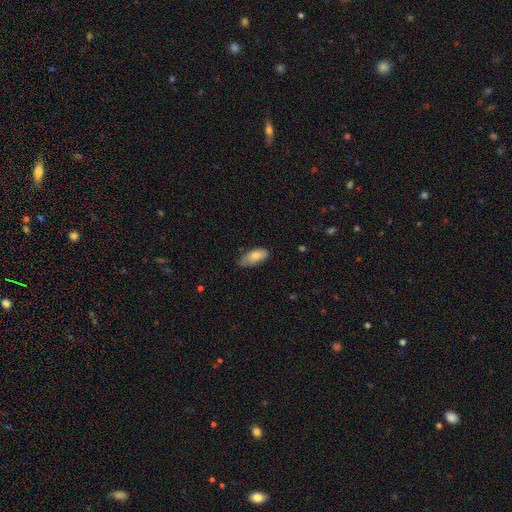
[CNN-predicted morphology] type=smooth (80%); roundness=in between (88%); merging=none (64%).